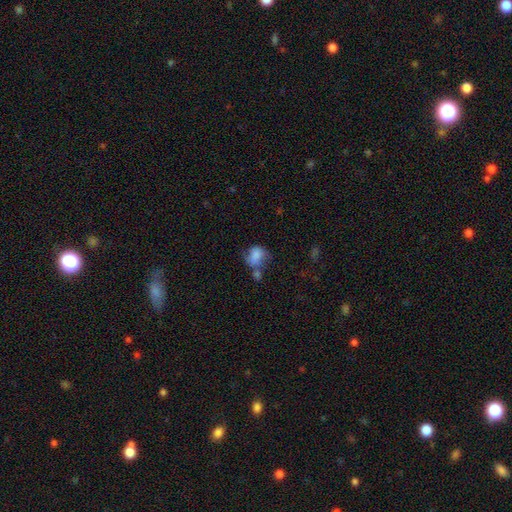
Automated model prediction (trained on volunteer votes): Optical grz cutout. It shows a smooth galaxy with no disk features (74%) that is in between round and cigar-shaped (50%). Merging: none (31%).